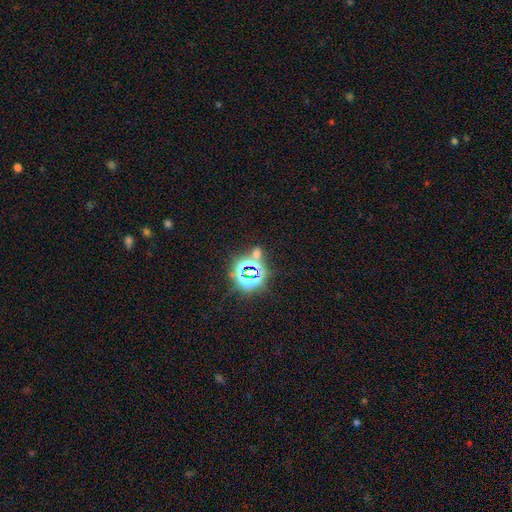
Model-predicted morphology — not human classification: A star or artifact, not a galaxy (72%).

Vote fractions:
- Smooth or featured? star or artifact: 72% / smooth: 19% / featured or disk: 9%